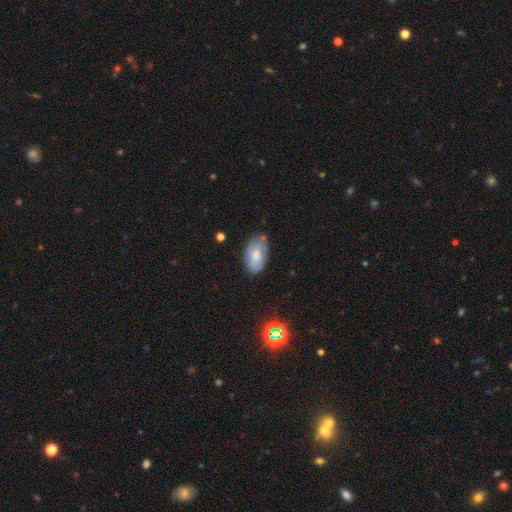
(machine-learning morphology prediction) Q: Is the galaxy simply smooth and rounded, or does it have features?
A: smooth — 69%.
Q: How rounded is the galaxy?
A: in between — 94%.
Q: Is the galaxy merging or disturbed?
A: none — 69%.